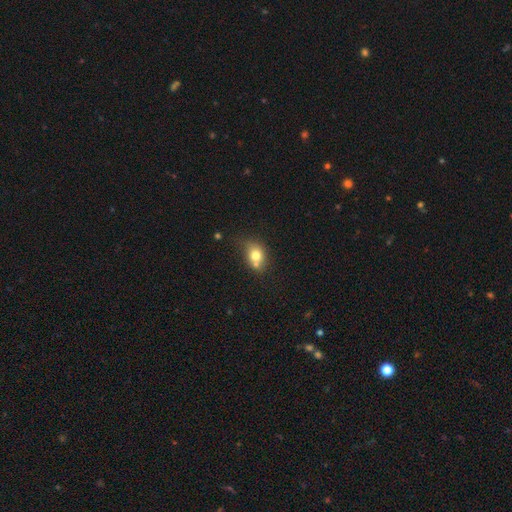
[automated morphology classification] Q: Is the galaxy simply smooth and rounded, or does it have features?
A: smooth — 74%.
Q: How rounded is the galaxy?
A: round — 51%.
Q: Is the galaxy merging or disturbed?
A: none — 47%.